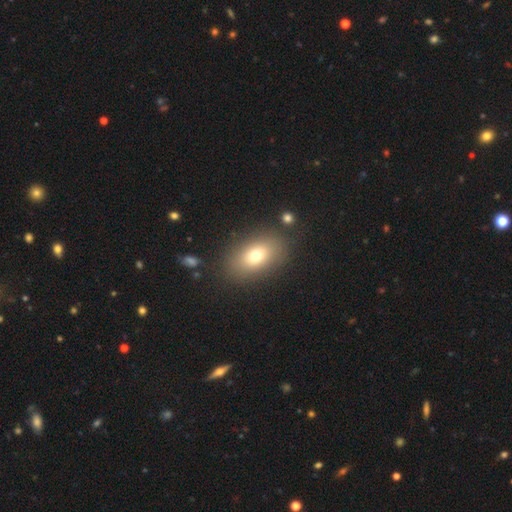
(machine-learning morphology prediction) Smooth or featured? Predicted: smooth (p=0.73). How rounded? Predicted: in between (p=0.84). Merging? Predicted: none (p=0.83).